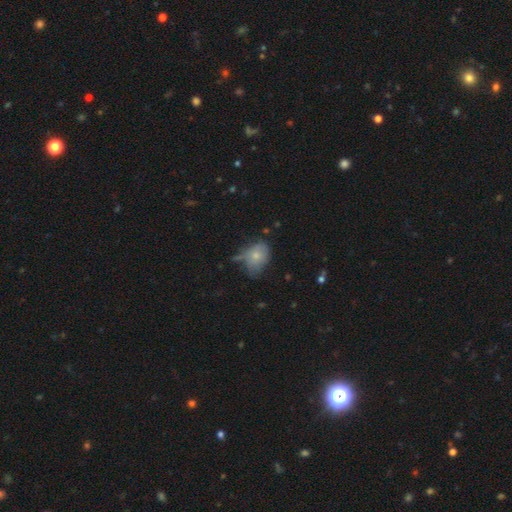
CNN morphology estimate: The model was most divided on "merging": none: 45%, minor disturbance: 34%, major disturbance: 15%, merger: 7%. More confident: smooth or featured — smooth (71%); how rounded — in between (67%).